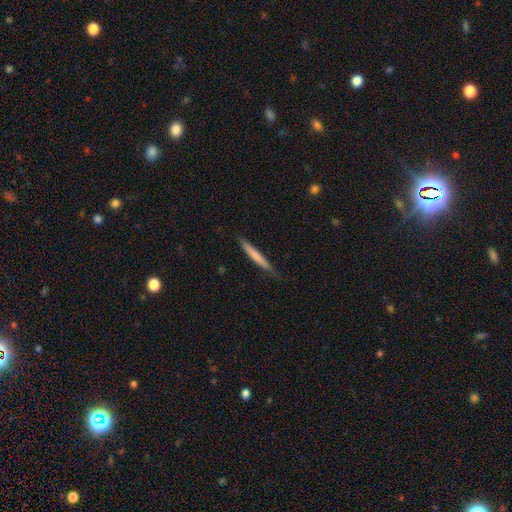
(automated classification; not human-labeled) Morphology: type=smooth (68%); roundness=cigar-shaped (96%); merging=none (78%).